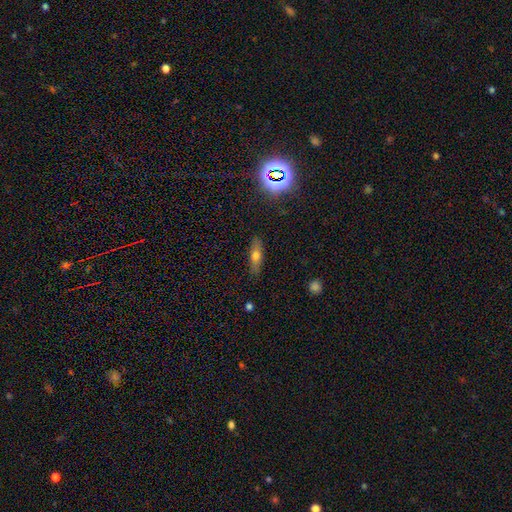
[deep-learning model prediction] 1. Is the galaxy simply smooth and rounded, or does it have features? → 61% smooth, 29% featured or disk, 10% star or artifact.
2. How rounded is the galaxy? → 51% cigar-shaped, 46% in between, 3% round.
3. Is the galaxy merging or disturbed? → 87% none, 9% minor disturbance, 2% major disturbance, 1% merger.